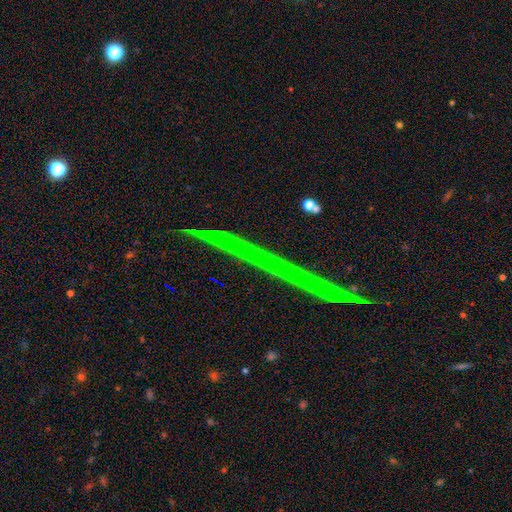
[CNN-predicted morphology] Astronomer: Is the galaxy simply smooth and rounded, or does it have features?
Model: star or artifact — 78%.